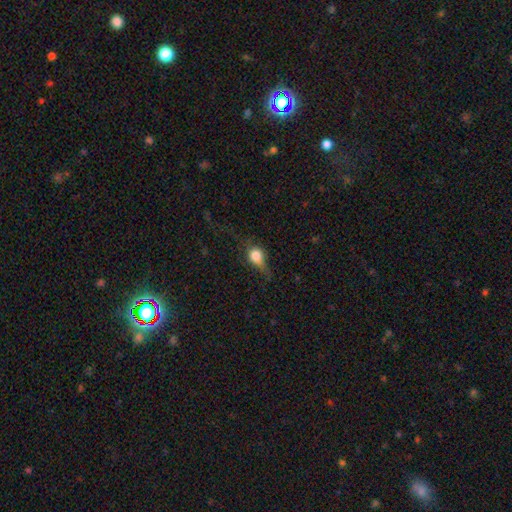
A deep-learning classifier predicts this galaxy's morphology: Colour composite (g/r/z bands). It shows a smooth galaxy with no disk features (67%) that is round (55%). Merging: none (38%).